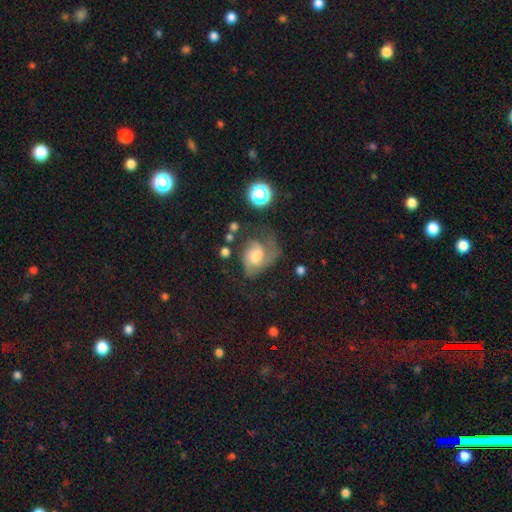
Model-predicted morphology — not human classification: A featured or disk galaxy (57%) with no bar (64%), spiral arms (83%) and a moderate central bulge (53%). Merging: major disturbance (39%).